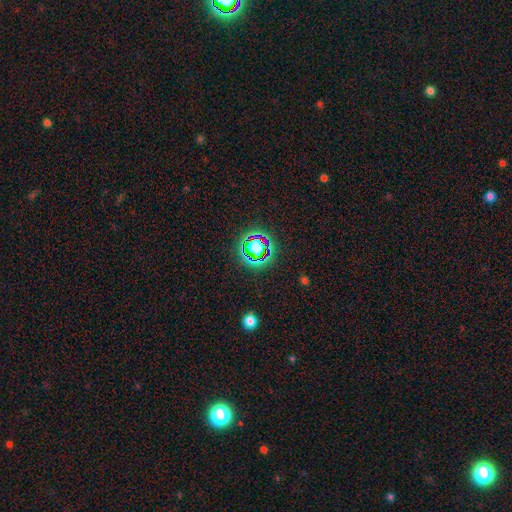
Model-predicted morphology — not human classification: The model was most divided on "smooth or featured": star or artifact: 65%, smooth: 23%, featured or disk: 11%.